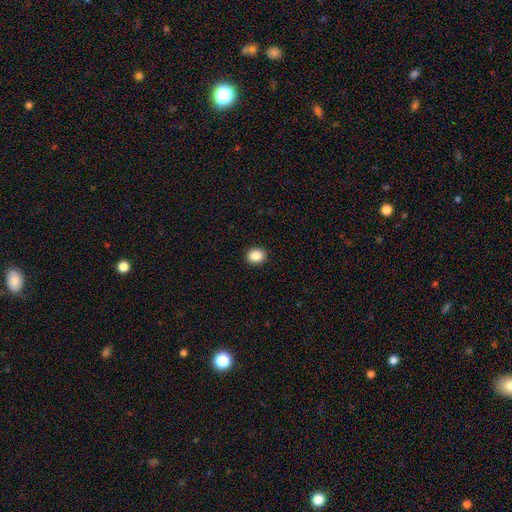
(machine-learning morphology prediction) This is clearly a smooth galaxy (87%). How rounded: likely round (65%). Merging: clearly none (92%).